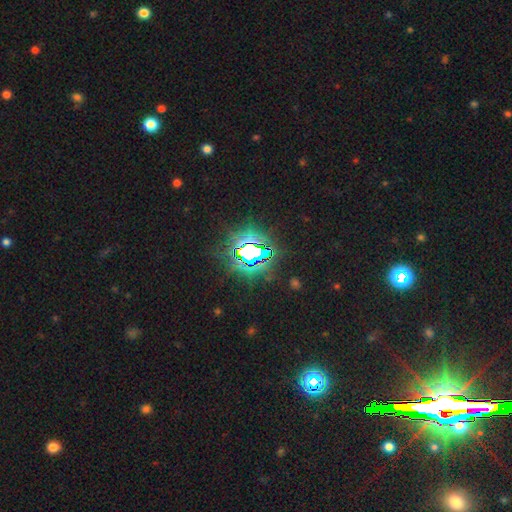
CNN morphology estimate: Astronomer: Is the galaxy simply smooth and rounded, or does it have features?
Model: star or artifact — 81%.